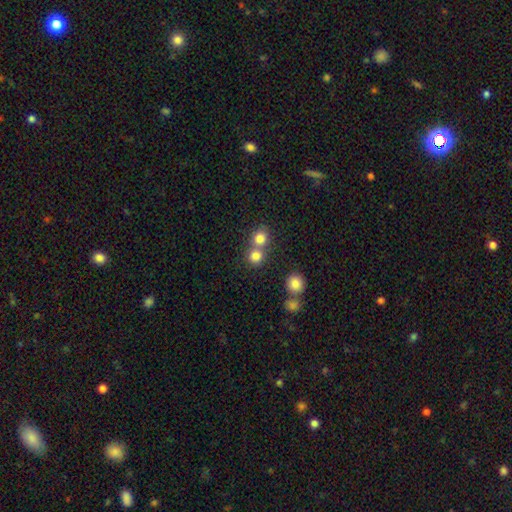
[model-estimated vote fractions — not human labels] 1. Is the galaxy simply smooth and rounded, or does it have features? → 80% smooth, 13% star or artifact, 7% featured or disk.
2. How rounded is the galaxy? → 88% round, 11% in between, 1% cigar-shaped.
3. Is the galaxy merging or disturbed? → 51% none, 41% merger, 5% minor disturbance, 2% major disturbance.